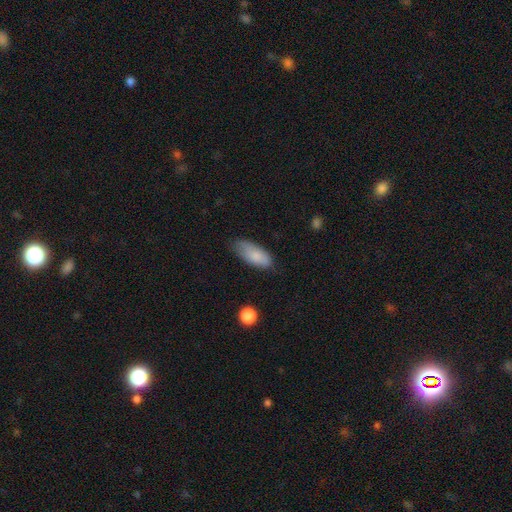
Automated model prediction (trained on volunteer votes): Smooth or featured? smooth (82%)
How rounded? in between (85%)
Merging? none (63%)